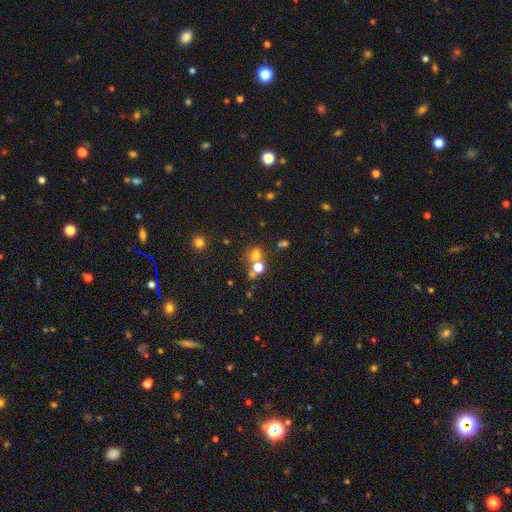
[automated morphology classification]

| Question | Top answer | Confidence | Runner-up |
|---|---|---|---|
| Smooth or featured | smooth | 61% | star or artifact (27%) |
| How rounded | round | 62% | in between (36%) |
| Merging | none | 47% | merger (37%) |